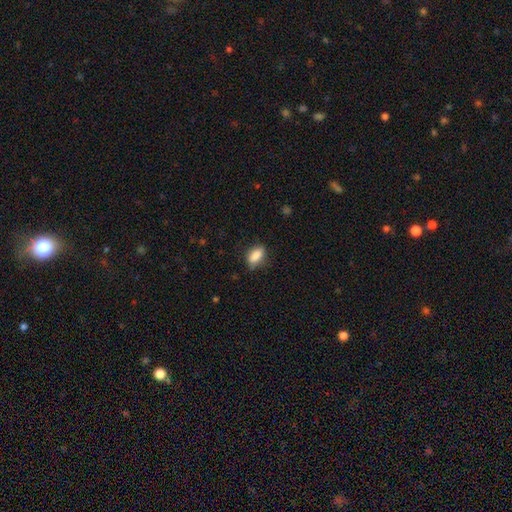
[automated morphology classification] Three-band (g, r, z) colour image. It shows a smooth galaxy with no disk features (86%) that is in between round and cigar-shaped (86%). Merging: none (73%).